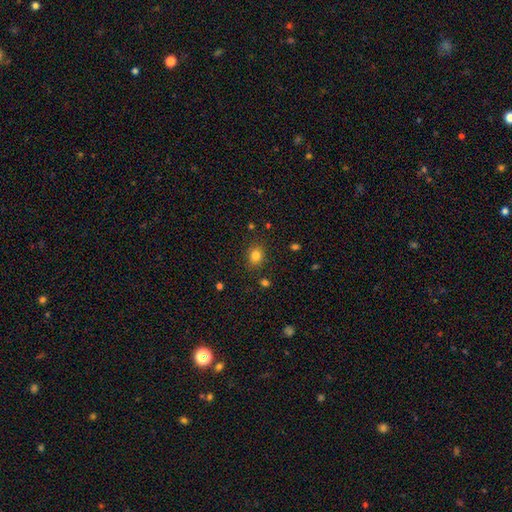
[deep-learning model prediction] Overall: smooth (82%). How rounded: round (57%; in between 42%). Merging: none (85%).